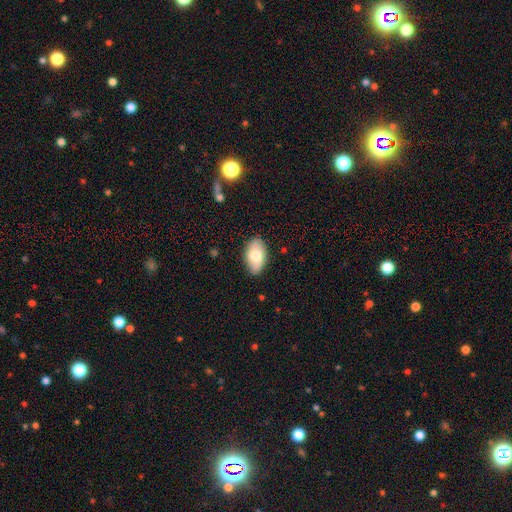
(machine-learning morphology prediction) A smooth galaxy with no disk features (73%) that is in between round and cigar-shaped (94%). Merging: none (84%).